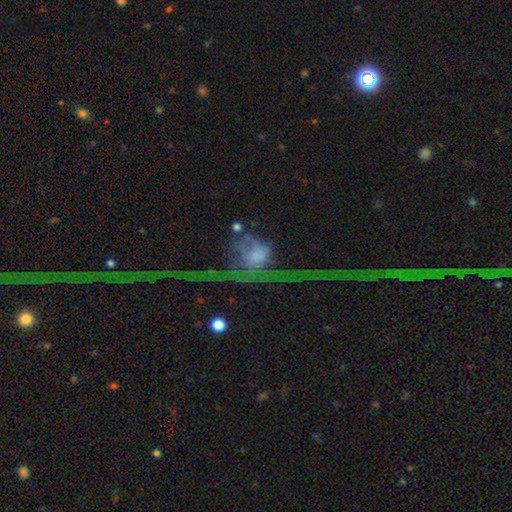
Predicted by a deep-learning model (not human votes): The model was most divided on "smooth or featured": featured or disk: 49%, smooth: 38%, star or artifact: 13%. More confident: merging — major disturbance (59%).